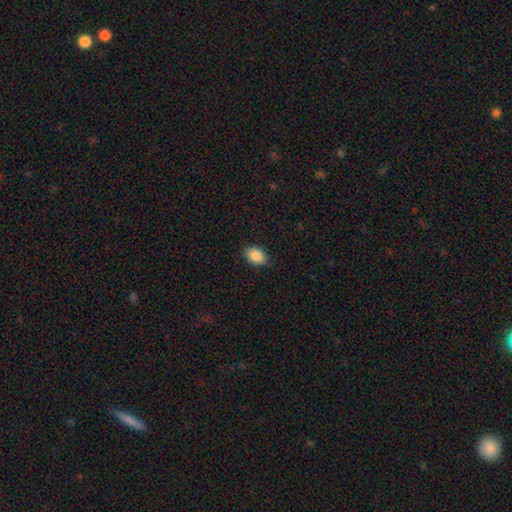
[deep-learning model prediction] smooth-or-featured: smooth: 88% | star or artifact: 8% | featured or disk: 4%
  how-rounded: in between: 84% | round: 15% | cigar-shaped: 1%
  merging: none: 86% | minor disturbance: 11% | major disturbance: 2% | merger: 1%